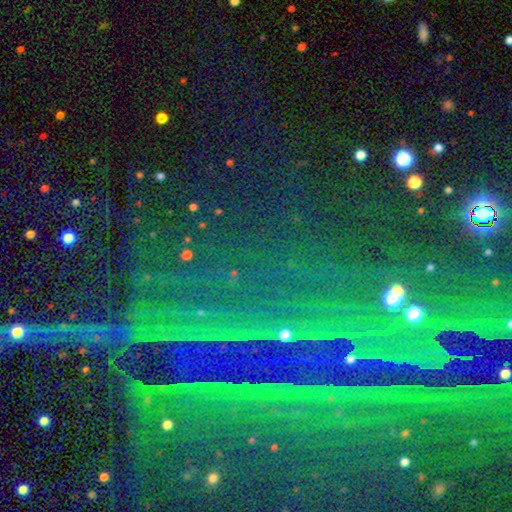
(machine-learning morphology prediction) Overall: star or artifact (88%).